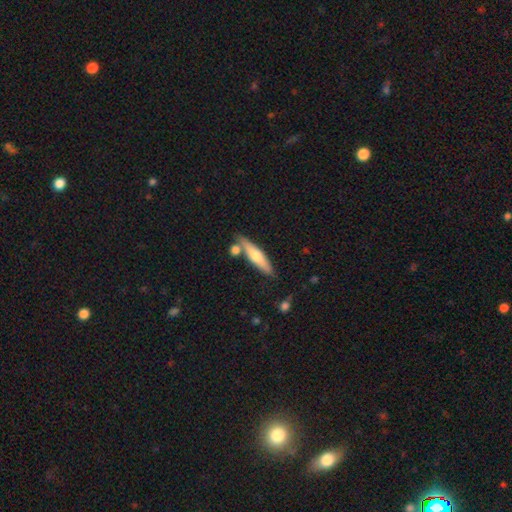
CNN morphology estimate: type=smooth (55%); roundness=cigar-shaped (77%); merging=none (71%).